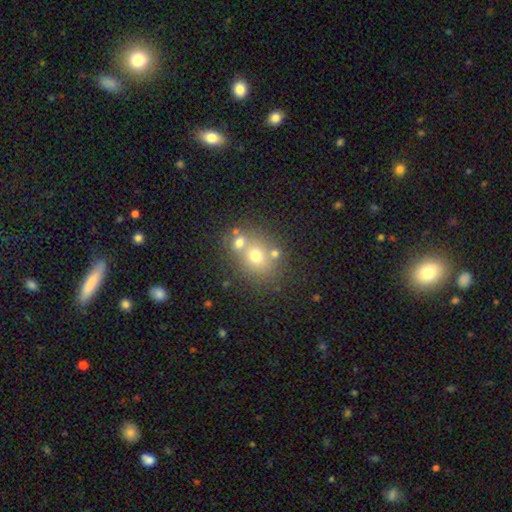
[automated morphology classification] smooth_or_featured: smooth (p=0.63) [alt: featured or disk p=0.20]
how_rounded: round (p=0.66) [alt: in between p=0.33]
merging: none (p=0.55) [alt: merger p=0.30]